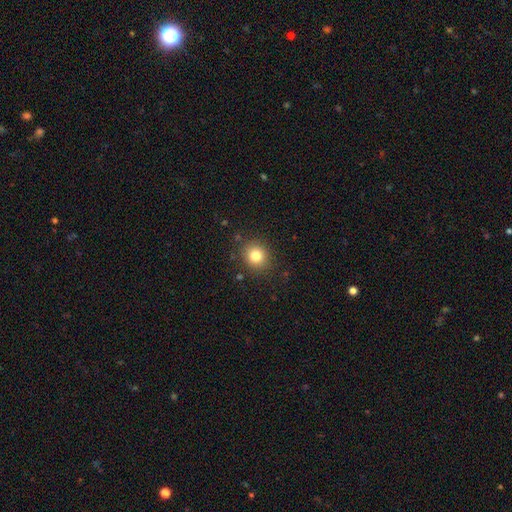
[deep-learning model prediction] This is clearly a smooth galaxy (81%). How rounded: clearly round (84%). Merging: clearly none (87%).